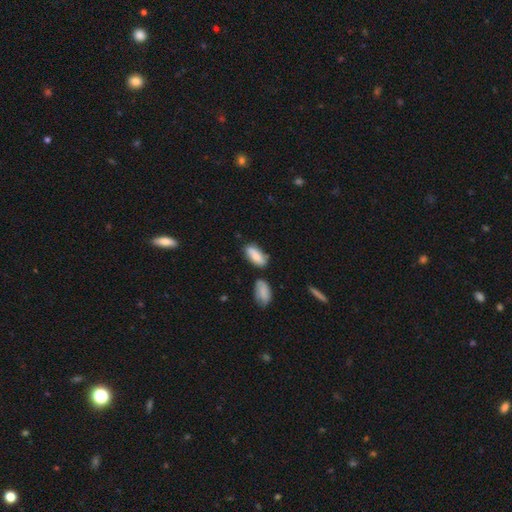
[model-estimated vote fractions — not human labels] Smooth or featured? Predicted: smooth (p=0.77). How rounded? Predicted: in between (p=0.81). Merging? Predicted: none (p=0.65).